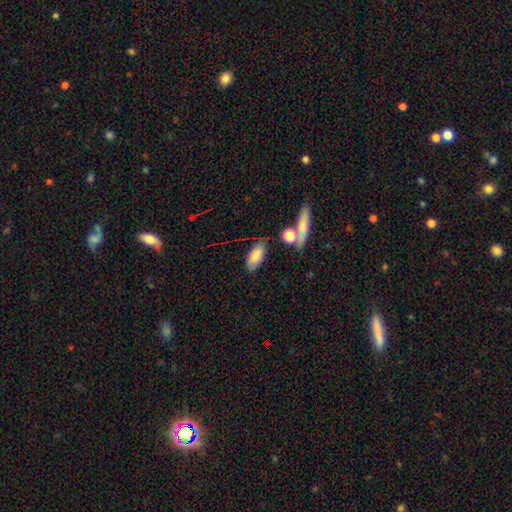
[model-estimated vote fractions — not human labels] Smooth or featured? Predicted: smooth (p=0.81). How rounded? Predicted: in between (p=0.85). Merging? Predicted: none (p=0.67).